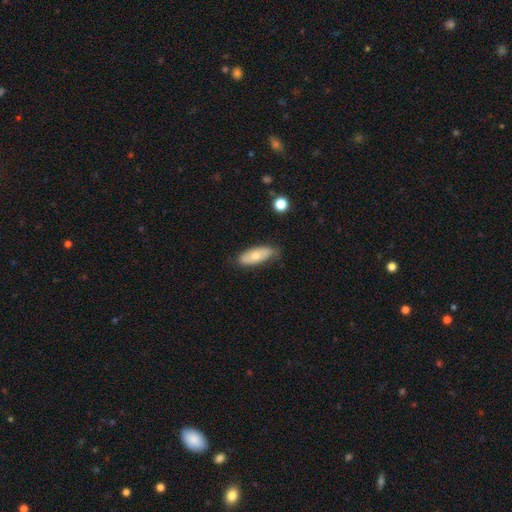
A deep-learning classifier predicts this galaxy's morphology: type=smooth (67%); roundness=in between (75%); merging=none (75%).